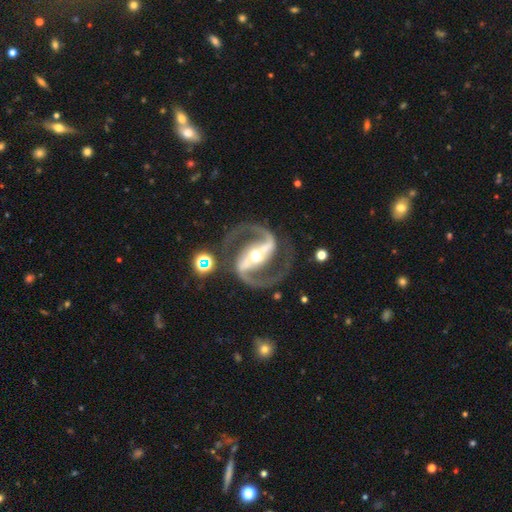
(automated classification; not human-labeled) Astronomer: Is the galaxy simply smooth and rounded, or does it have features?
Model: featured or disk — 93%.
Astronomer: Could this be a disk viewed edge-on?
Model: no — 97%.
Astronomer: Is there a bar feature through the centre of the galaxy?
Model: strong — 77%.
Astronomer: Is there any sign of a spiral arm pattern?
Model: yes — 98%.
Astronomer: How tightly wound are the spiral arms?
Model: medium — 66%.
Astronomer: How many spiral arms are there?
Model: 2 — 95%.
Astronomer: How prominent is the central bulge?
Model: moderate — 65%.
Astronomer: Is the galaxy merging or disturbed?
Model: none — 81%.